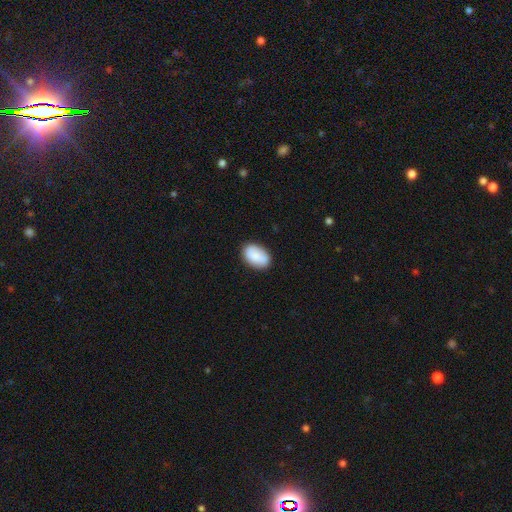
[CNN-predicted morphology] type=smooth (87%); roundness=in between (90%); merging=none (85%).